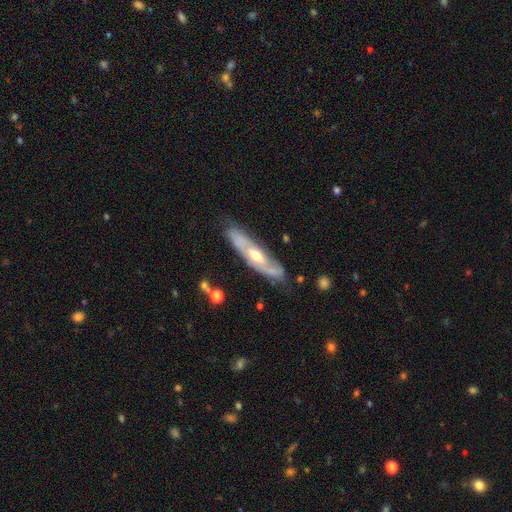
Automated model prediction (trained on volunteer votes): Overall: featured or disk (68%). Edge-on disk: no (59%; yes 41%). Merging: none (72%).